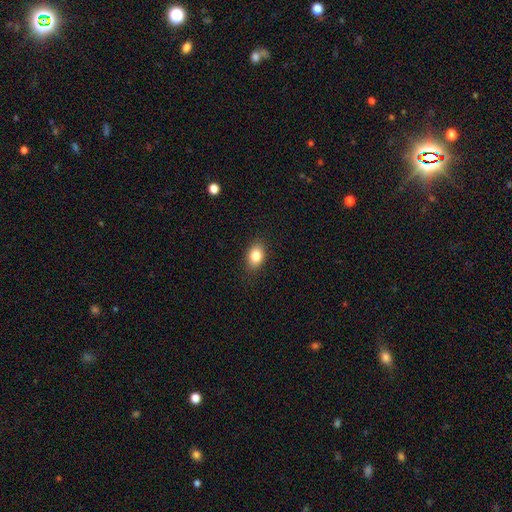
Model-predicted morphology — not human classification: Overall: smooth (83%). How rounded: in between (78%). Merging: none (87%).